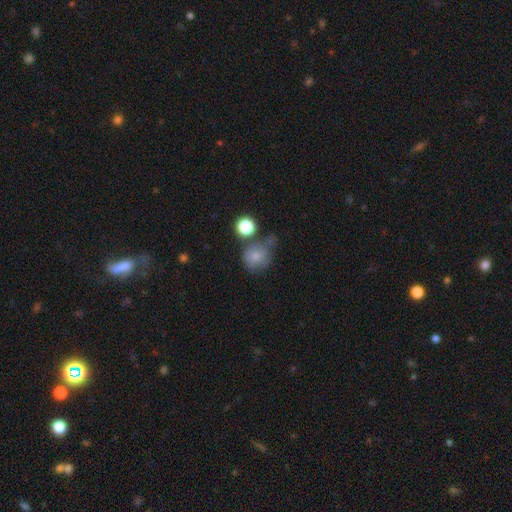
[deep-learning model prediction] Morphology: type=smooth (77%); roundness=round (83%); merging=none (50%).